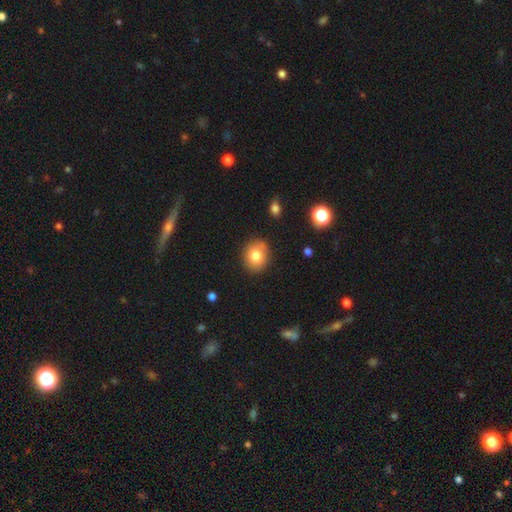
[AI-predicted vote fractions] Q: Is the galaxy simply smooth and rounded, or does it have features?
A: smooth — 79%.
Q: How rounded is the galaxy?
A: round — 68%.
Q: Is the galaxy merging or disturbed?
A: none — 83%.